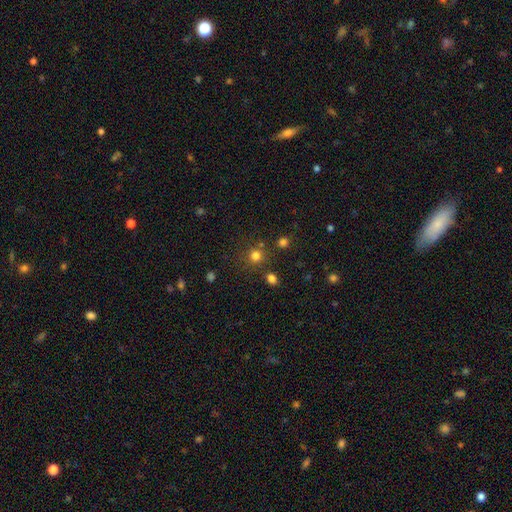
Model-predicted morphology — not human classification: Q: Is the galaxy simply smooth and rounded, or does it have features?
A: smooth — 76%.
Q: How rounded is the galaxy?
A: round — 90%.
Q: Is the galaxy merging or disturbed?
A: none — 76%.